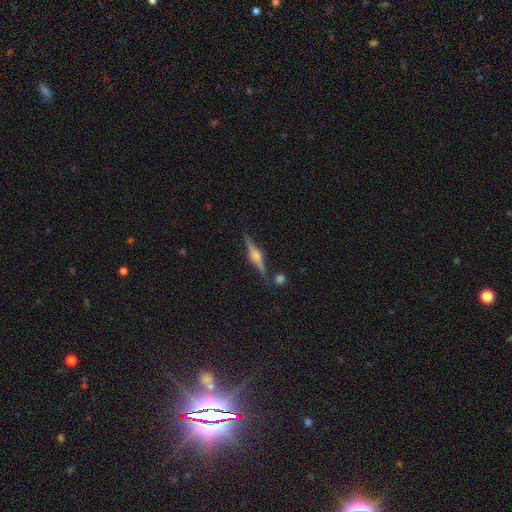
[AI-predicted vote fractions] featured or disk 78%, smooth 14%, star or artifact 8%. Down the decision tree: edge-on disk — yes (98%); edge-on bulge — rounded (85%); merging — none (84%).